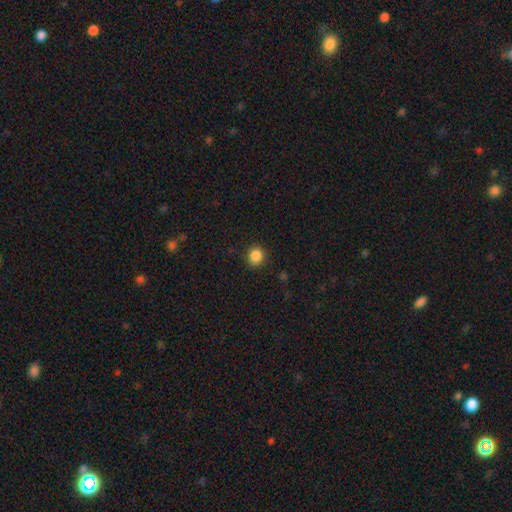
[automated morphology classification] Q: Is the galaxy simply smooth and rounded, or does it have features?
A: smooth — 86%.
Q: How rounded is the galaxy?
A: round — 84%.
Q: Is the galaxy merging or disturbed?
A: none — 89%.